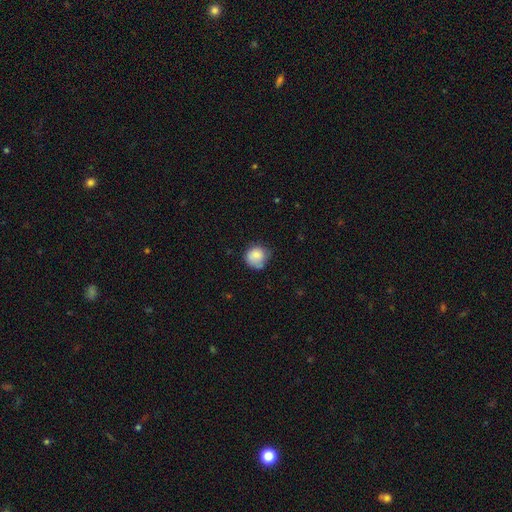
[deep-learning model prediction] Smooth or featured? Predicted: smooth (p=0.80). How rounded? Predicted: round (p=0.85). Merging? Predicted: none (p=0.58).